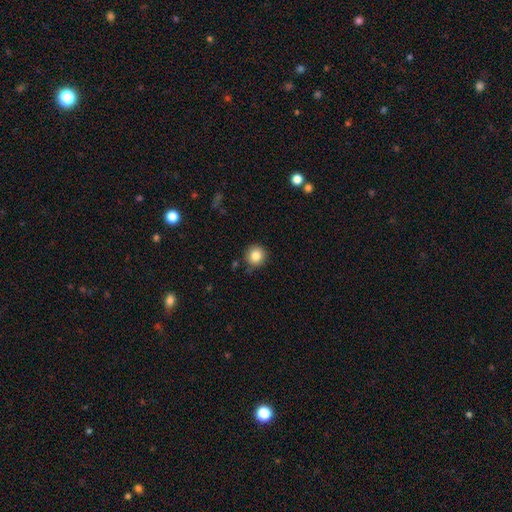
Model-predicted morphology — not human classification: Q: Smooth or featured?
A: smooth (84%); runner-up: star or artifact (10%)
Q: How rounded?
A: round (93%); runner-up: in between (6%)
Q: Merging?
A: none (87%); runner-up: minor disturbance (9%)